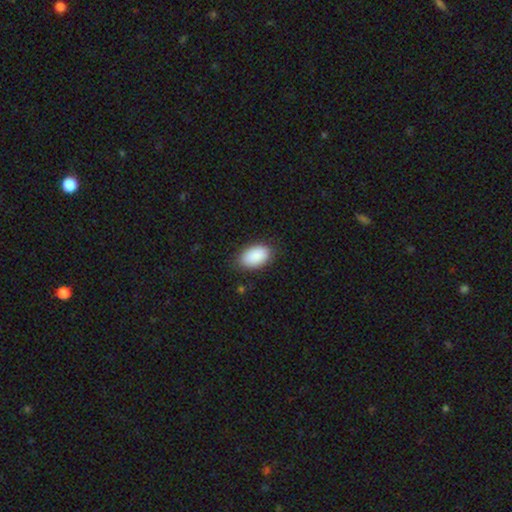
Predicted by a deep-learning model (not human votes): Smooth or featured?
  - smooth: 90% *
  - star or artifact: 6%
  - featured or disk: 4%
How rounded?
  - in between: 92% *
  - round: 6%
  - cigar-shaped: 1%
Merging?
  - none: 84% *
  - minor disturbance: 13%
  - major disturbance: 3%
  - merger: 1%